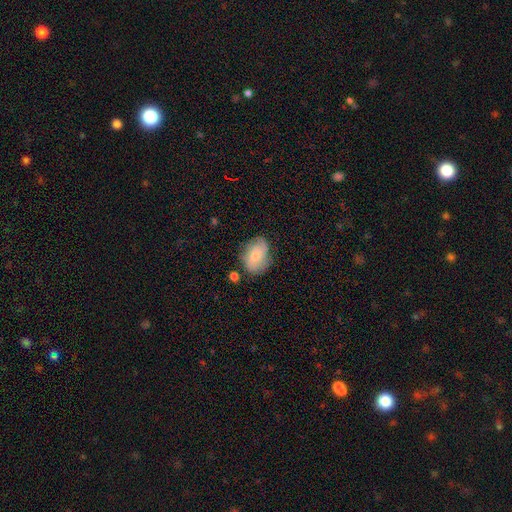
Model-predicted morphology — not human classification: This appears to be a smooth galaxy with no disk features (65%) that is in between round and cigar-shaped (67%). Merging: none (63%).